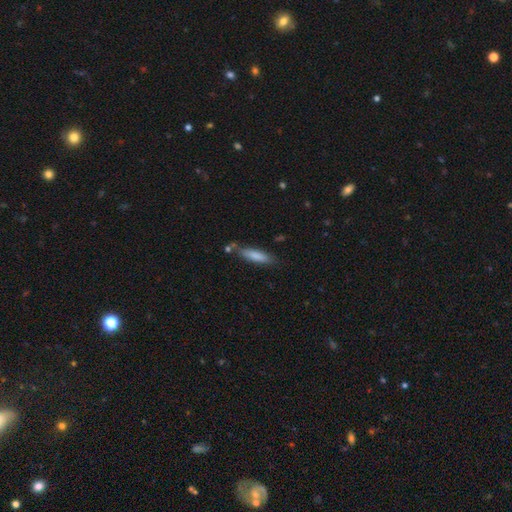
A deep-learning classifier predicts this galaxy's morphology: smooth 80%, featured or disk 14%, star or artifact 6%. Down the decision tree: how rounded — cigar-shaped (75%); merging — none (73%).